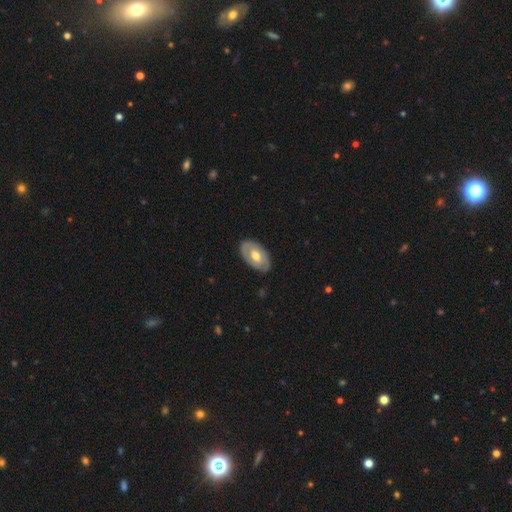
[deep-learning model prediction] featured or disk 51%, smooth 44%, star or artifact 5%. Down the decision tree: edge-on disk — no (90%); merging — none (81%).